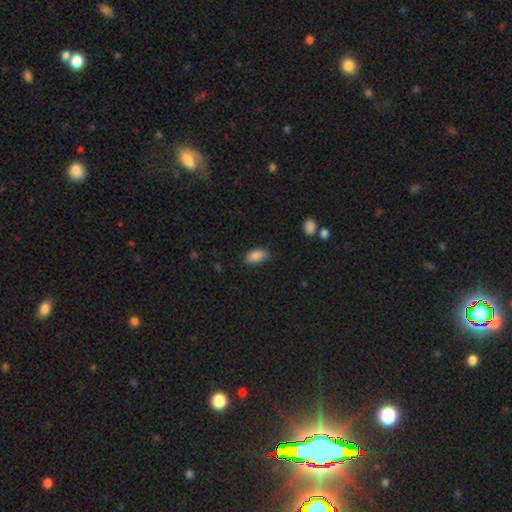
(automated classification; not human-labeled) smooth_or_featured: smooth (p=0.87) [alt: star or artifact p=0.08]
how_rounded: in between (p=0.91) [alt: cigar-shaped p=0.05]
merging: none (p=0.83) [alt: minor disturbance p=0.13]